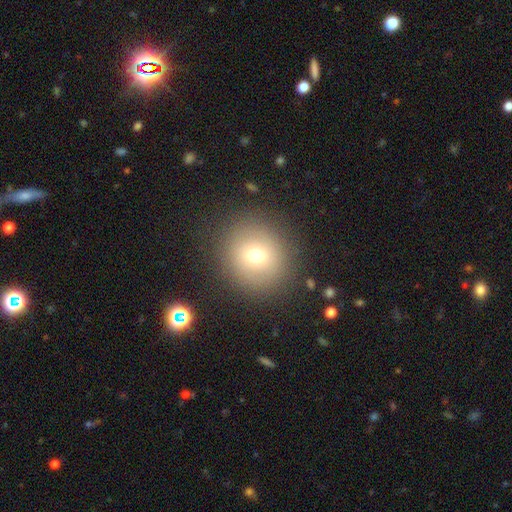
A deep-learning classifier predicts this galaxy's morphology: The model was most divided on "smooth or featured": smooth: 69%, star or artifact: 15%, featured or disk: 15%. More confident: how rounded — round (90%); merging — none (87%).